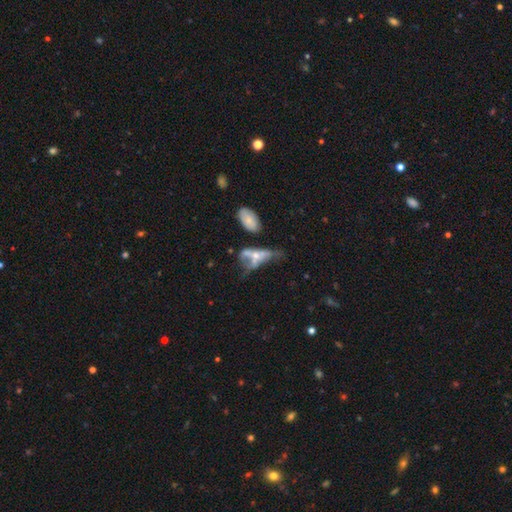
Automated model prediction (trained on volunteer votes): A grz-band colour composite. It shows a featured or disk galaxy (50%). Merging: merger (37%).